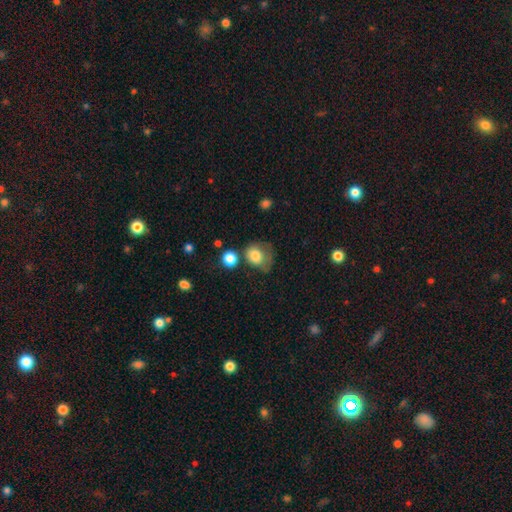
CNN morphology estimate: This is likely a smooth galaxy (78%). How rounded: likely round (62%). Merging: marginally none (32%).